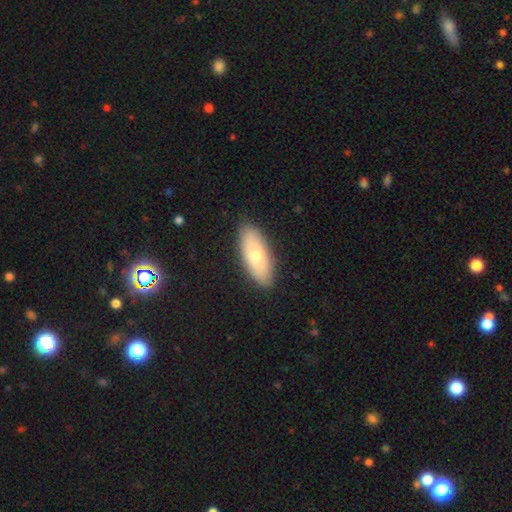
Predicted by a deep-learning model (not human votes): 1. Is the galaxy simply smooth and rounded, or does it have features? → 69% smooth, 24% featured or disk, 7% star or artifact.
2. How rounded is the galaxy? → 77% in between, 20% cigar-shaped, 3% round.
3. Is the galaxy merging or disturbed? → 88% none, 9% minor disturbance, 2% major disturbance, 1% merger.